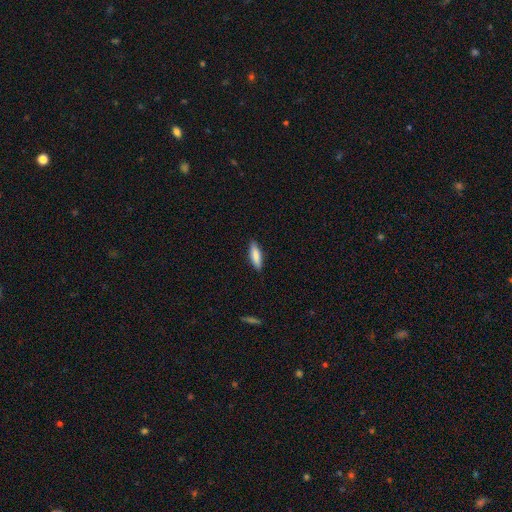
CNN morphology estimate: smooth_or_featured: smooth (p=0.83) [alt: featured or disk p=0.11]
how_rounded: cigar-shaped (p=0.54) [alt: in between p=0.44]
merging: none (p=0.88) [alt: minor disturbance p=0.09]